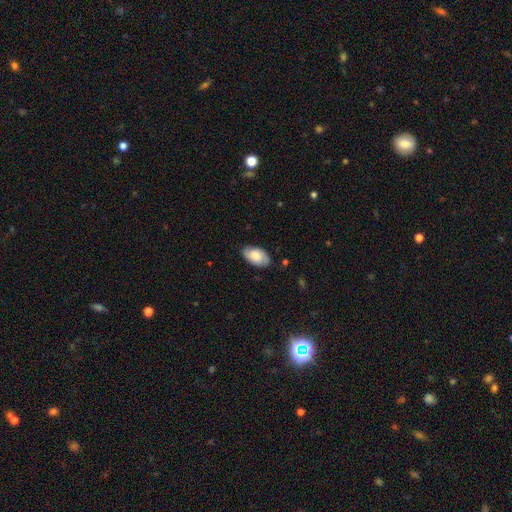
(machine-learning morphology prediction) A smooth galaxy with no disk features (66%) that is in between round and cigar-shaped (94%).

Vote fractions:
- Smooth or featured? smooth: 66% / featured or disk: 27% / star or artifact: 7%
- How rounded? in between: 94% / round: 4% / cigar-shaped: 1%
- Merging? none: 82% / minor disturbance: 14% / major disturbance: 3% / merger: 1%